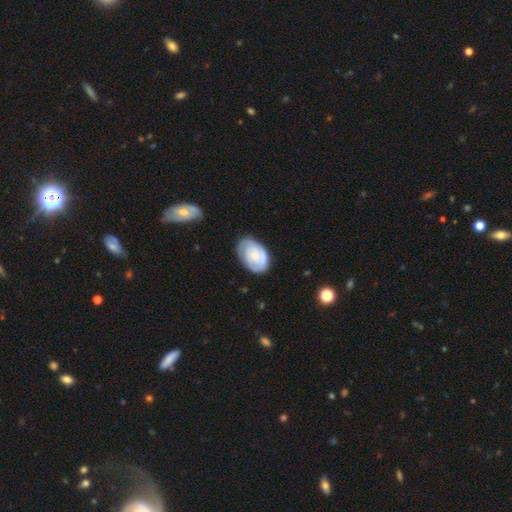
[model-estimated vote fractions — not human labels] The model was most divided on "smooth or featured": featured or disk: 52%, smooth: 41%, star or artifact: 6%. Remaining: edge-on disk — no (96%); spiral arms — yes (78%); bar — no (76%); merging — none (66%); bulge size — small (49%).